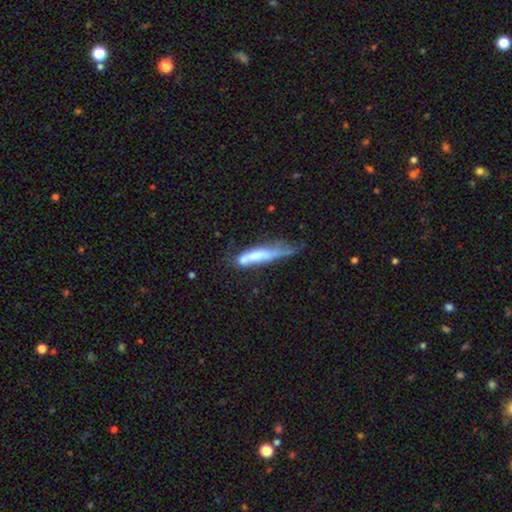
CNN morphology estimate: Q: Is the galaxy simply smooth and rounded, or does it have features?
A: smooth — 45%, tied with featured or disk.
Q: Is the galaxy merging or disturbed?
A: none — 51%.